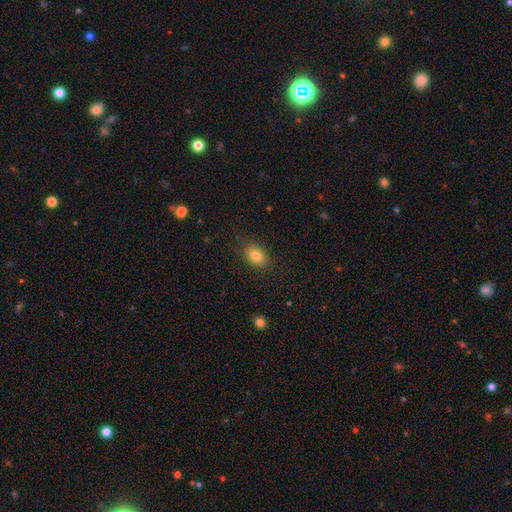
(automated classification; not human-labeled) Smooth or featured? Predicted: smooth (p=0.82). How rounded? Predicted: in between (p=0.70). Merging? Predicted: none (p=0.84).